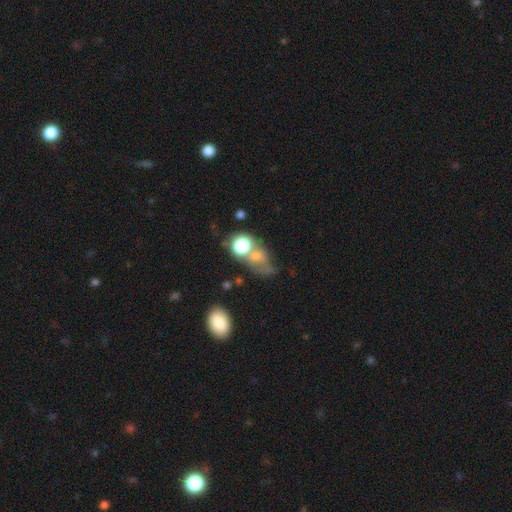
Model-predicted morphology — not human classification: smooth 58%, featured or disk 22%, star or artifact 20%. Down the decision tree: how rounded — in between (53%); merging — merger (38%).